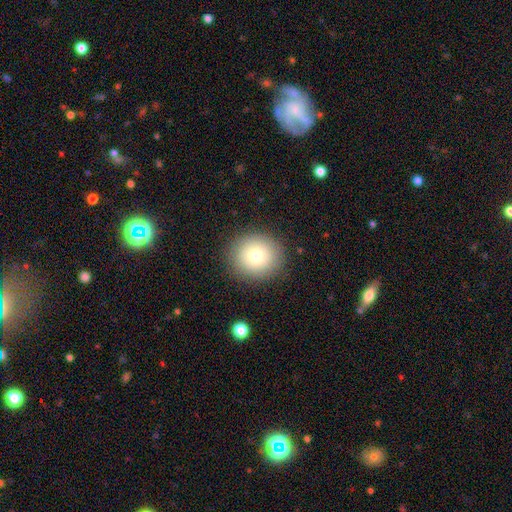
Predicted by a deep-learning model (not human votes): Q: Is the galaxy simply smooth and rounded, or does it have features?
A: smooth — 74%.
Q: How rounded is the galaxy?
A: round — 88%.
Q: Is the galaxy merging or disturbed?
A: none — 88%.